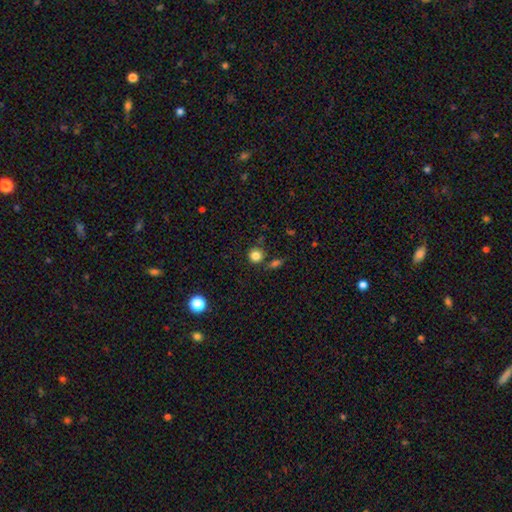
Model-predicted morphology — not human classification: This appears to be a smooth galaxy with no disk features (83%) that is round (92%). Merging: none (79%).